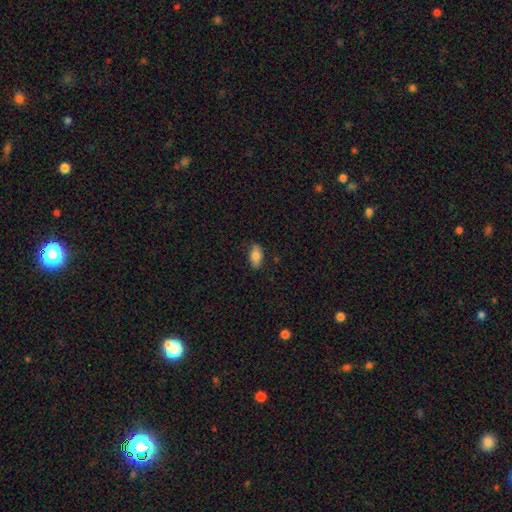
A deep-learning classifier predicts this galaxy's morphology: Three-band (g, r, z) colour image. It shows a smooth galaxy with no disk features (83%) that is in between round and cigar-shaped (92%). Merging: none (84%).